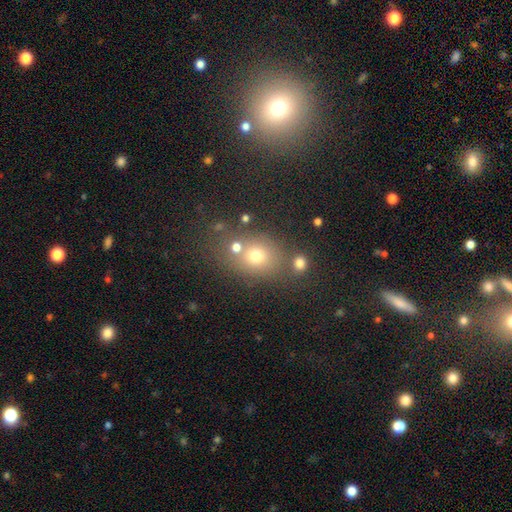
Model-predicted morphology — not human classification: Smooth or featured?
  - smooth: 66% *
  - star or artifact: 20%
  - featured or disk: 14%
How rounded?
  - round: 53% *
  - in between: 45%
  - cigar-shaped: 2%
Merging?
  - none: 60% *
  - merger: 20%
  - minor disturbance: 13%
  - major disturbance: 6%